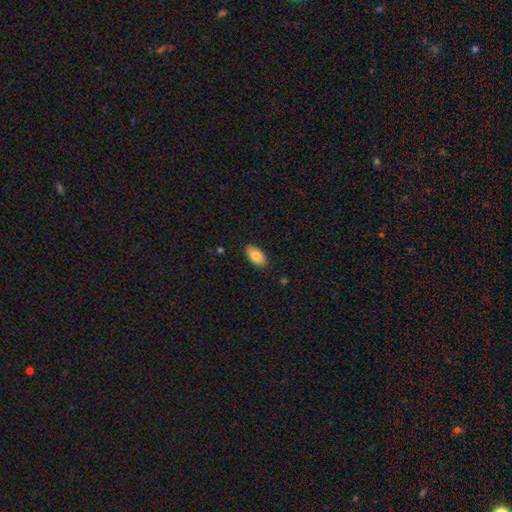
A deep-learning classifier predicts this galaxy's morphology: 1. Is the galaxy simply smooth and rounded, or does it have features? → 83% smooth, 11% featured or disk, 6% star or artifact.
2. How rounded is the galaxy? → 94% in between, 4% cigar-shaped, 3% round.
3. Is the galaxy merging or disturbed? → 88% none, 9% minor disturbance, 2% major disturbance, 1% merger.